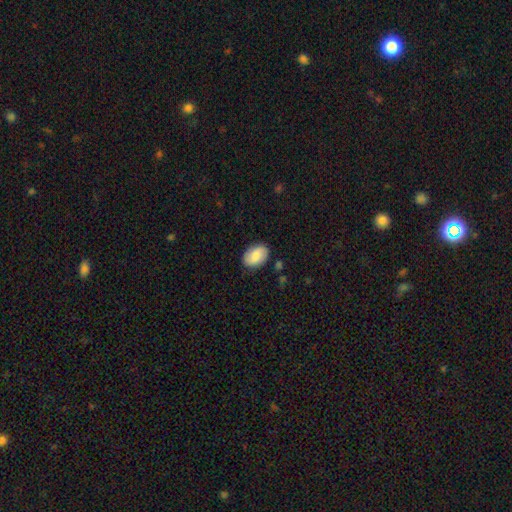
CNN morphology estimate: Smooth or featured? smooth (74%)
How rounded? in between (87%)
Merging? none (84%)